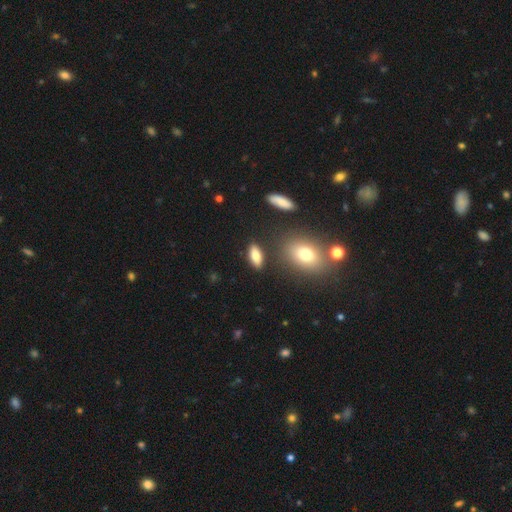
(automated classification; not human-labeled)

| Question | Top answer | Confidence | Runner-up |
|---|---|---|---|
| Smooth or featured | smooth | 81% | featured or disk (11%) |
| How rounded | in between | 77% | cigar-shaped (20%) |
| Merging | none | 83% | minor disturbance (10%) |